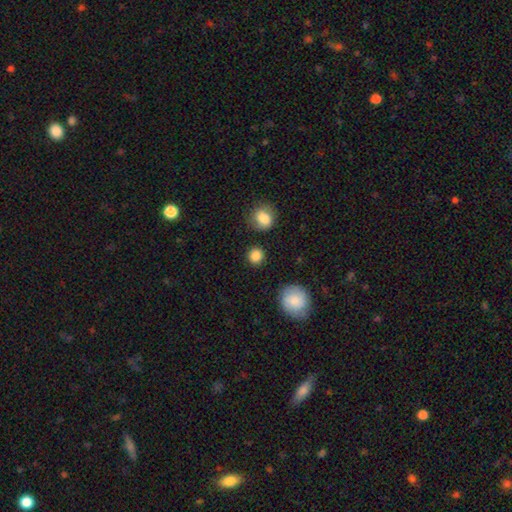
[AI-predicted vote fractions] Smooth or featured? Predicted: smooth (p=0.86). How rounded? Predicted: round (p=0.91). Merging? Predicted: none (p=0.86).